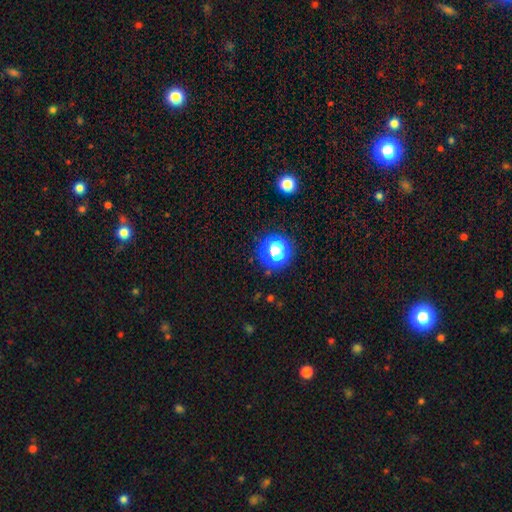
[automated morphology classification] type=star or artifact (64%).